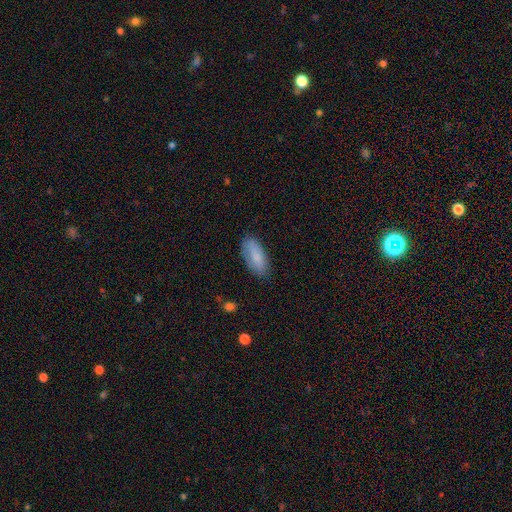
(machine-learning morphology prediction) smooth 83%, featured or disk 11%, star or artifact 6%. Down the decision tree: how rounded — in between (83%); merging — none (79%).